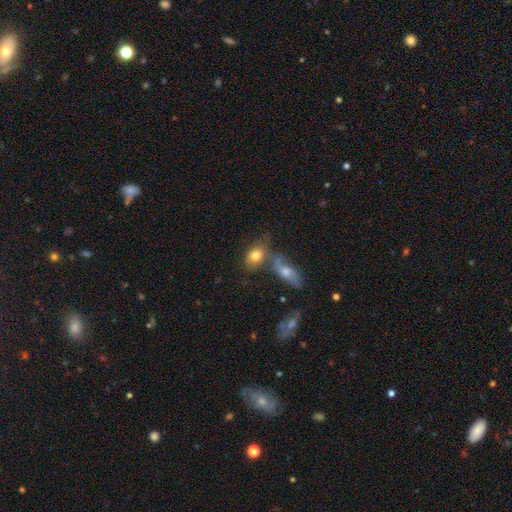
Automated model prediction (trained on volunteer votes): smooth 78%, featured or disk 13%, star or artifact 8%. Down the decision tree: how rounded — in between (72%); merging — none (47%).